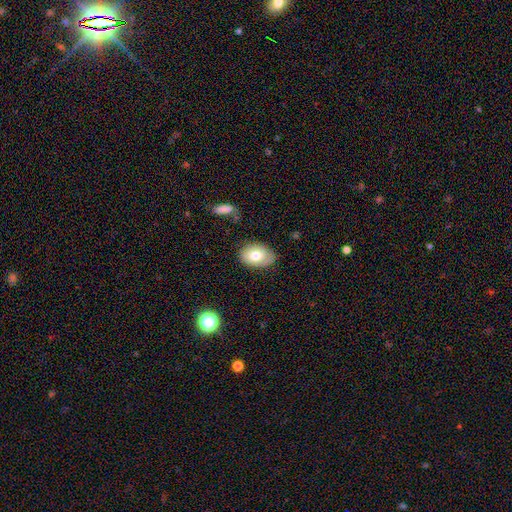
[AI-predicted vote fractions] Smooth or featured: smooth — 71% (featured or disk — 21%)
How rounded: in between — 85% (round — 14%)
Merging: none — 77% (minor disturbance — 17%)